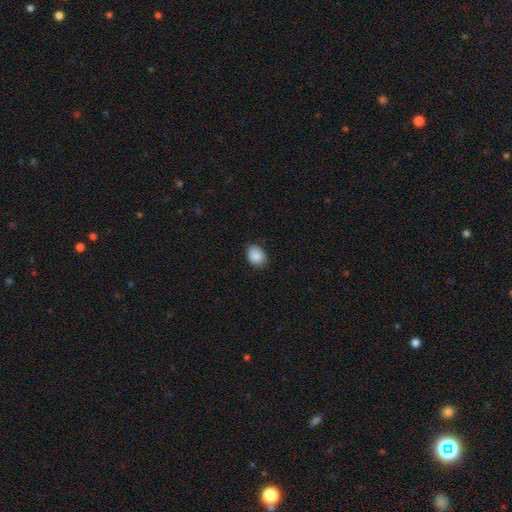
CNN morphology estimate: smooth_or_featured: smooth (p=0.89) [alt: star or artifact p=0.08]
how_rounded: in between (p=0.55) [alt: round p=0.44]
merging: none (p=0.82) [alt: minor disturbance p=0.15]